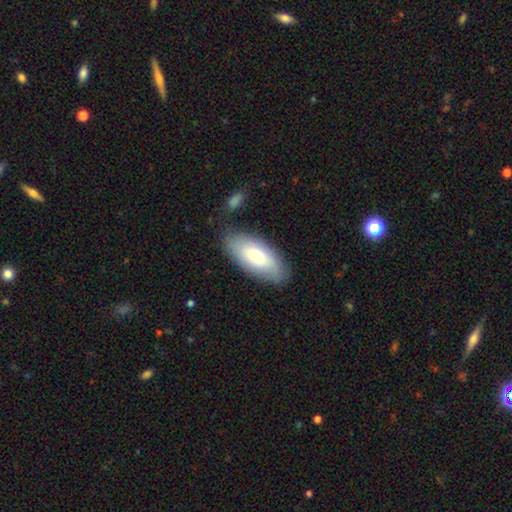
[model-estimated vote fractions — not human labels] smooth-or-featured: smooth: 74% | featured or disk: 20% | star or artifact: 6%
  how-rounded: in between: 87% | cigar-shaped: 12% | round: 2%
  merging: none: 79% | minor disturbance: 15% | major disturbance: 4% | merger: 3%